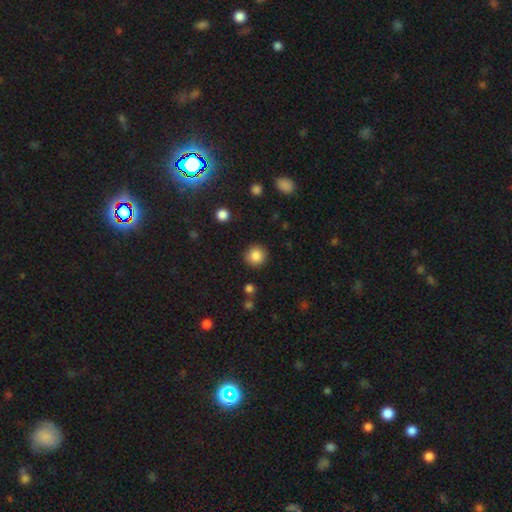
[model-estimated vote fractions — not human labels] This appears to be a smooth galaxy with no disk features (86%) that is round (94%). Merging: none (90%).